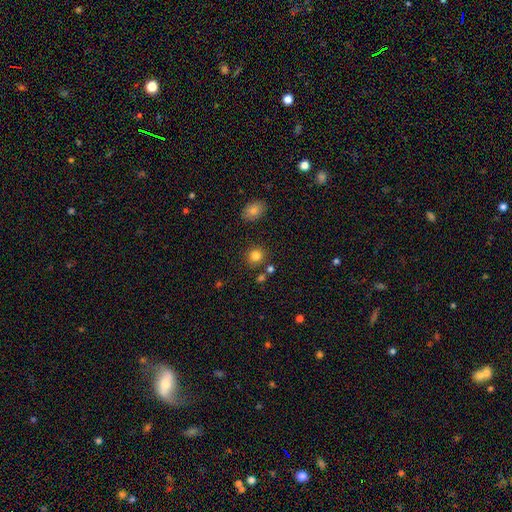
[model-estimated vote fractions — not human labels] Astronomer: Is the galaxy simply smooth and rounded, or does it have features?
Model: smooth — 82%.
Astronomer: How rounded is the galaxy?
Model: round — 84%.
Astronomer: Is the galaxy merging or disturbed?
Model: none — 81%.